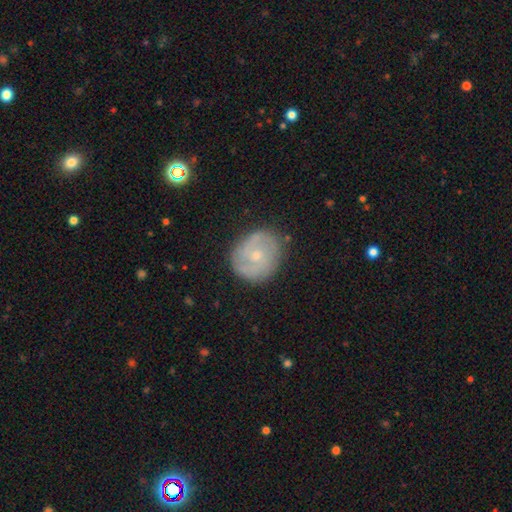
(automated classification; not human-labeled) A featured or disk galaxy (65%) with no bar (69%), 2 (55%) tight (47%) spiral arms (82%) and a small central bulge (66%). Merging: none (80%).